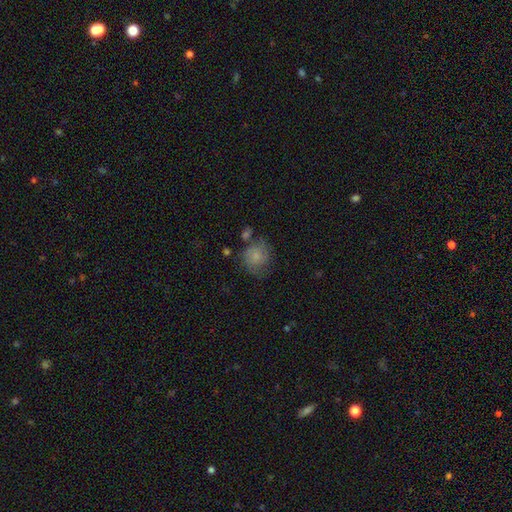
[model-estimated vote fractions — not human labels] Smooth or featured: smooth — 68% (featured or disk — 23%)
How rounded: round — 80% (in between — 19%)
Merging: none — 54% (minor disturbance — 25%)